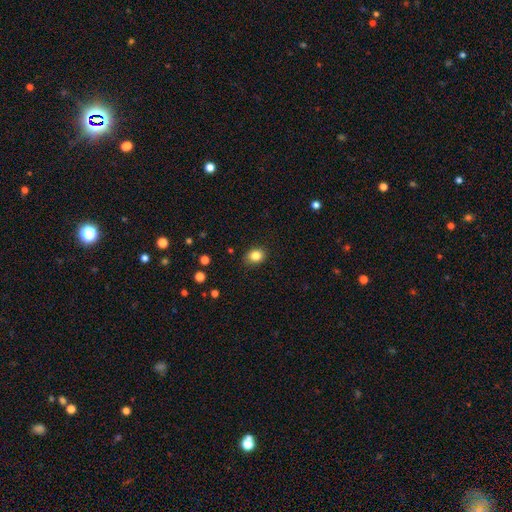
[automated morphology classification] Q: Smooth or featured?
A: smooth (84%); runner-up: star or artifact (10%)
Q: How rounded?
A: in between (54%); runner-up: round (45%)
Q: Merging?
A: none (86%); runner-up: minor disturbance (10%)